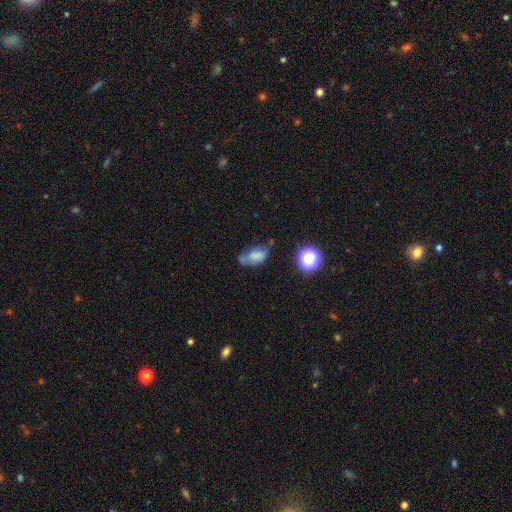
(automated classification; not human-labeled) Smooth or featured: smooth — 66% (featured or disk — 19%)
How rounded: in between — 85% (round — 11%)
Merging: none — 37% (minor disturbance — 32%)